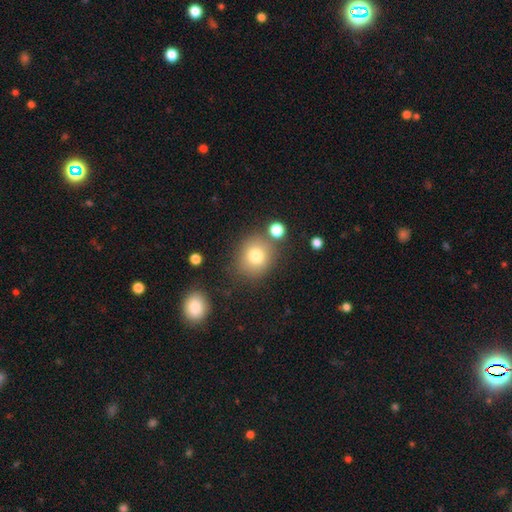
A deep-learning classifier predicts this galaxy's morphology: Smooth or featured? Predicted: smooth (p=0.78). How rounded? Predicted: round (p=0.76). Merging? Predicted: none (p=0.72).